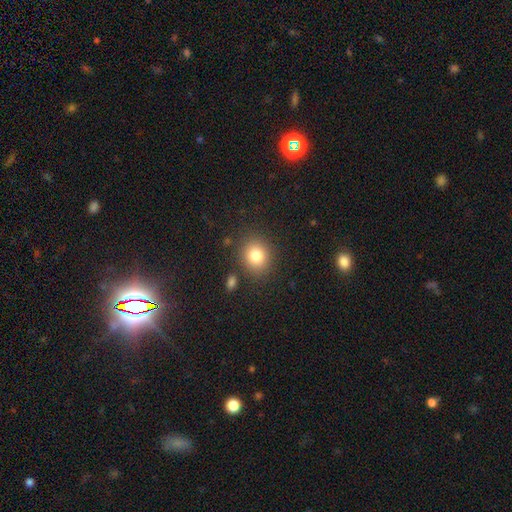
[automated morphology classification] Smooth or featured?
  - smooth: 82% *
  - star or artifact: 11%
  - featured or disk: 7%
How rounded?
  - round: 72% *
  - in between: 27%
  - cigar-shaped: 1%
Merging?
  - none: 84% *
  - minor disturbance: 9%
  - merger: 4%
  - major disturbance: 3%